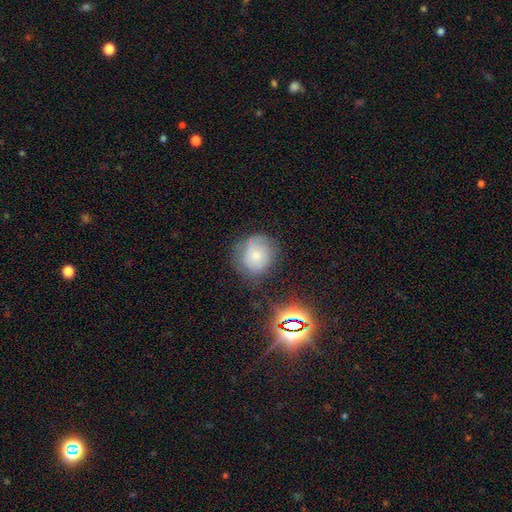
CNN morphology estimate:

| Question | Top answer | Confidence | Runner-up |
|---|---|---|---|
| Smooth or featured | smooth | 68% | featured or disk (20%) |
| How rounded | round | 79% | in between (20%) |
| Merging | none | 60% | minor disturbance (26%) |